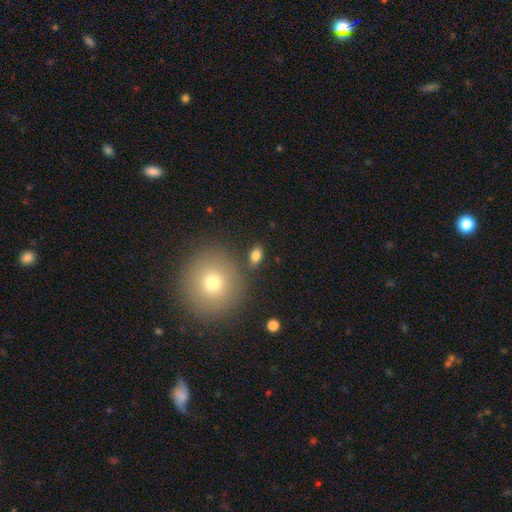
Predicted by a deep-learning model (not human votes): Smooth or featured? smooth (81%)
How rounded? in between (80%)
Merging? none (81%)